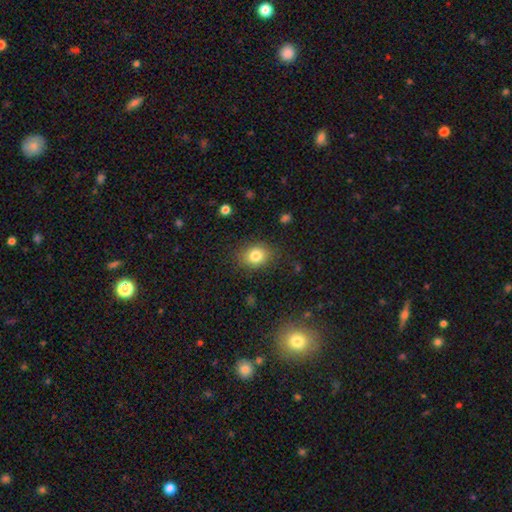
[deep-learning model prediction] A smooth galaxy with no disk features (82%) that is round (51%). Merging: none (83%).